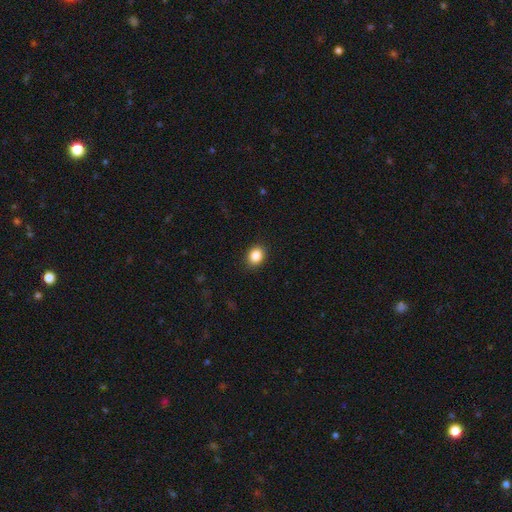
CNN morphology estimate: smooth_or_featured: smooth (p=0.86) [alt: star or artifact p=0.09]
how_rounded: round (p=0.51) [alt: in between p=0.48]
merging: none (p=0.90) [alt: minor disturbance p=0.07]